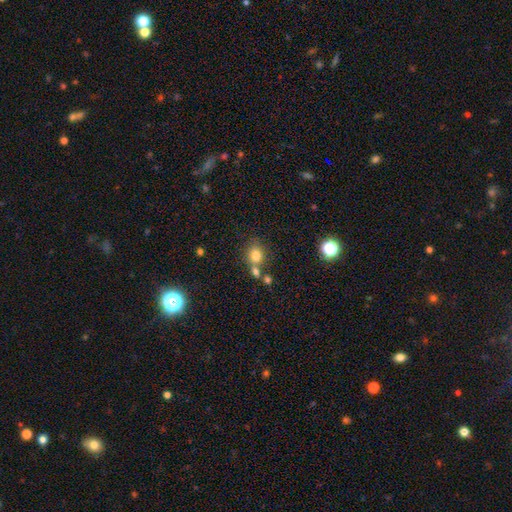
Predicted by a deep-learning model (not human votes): Smooth or featured? Predicted: smooth (p=0.79). How rounded? Predicted: round (p=0.70). Merging? Predicted: none (p=0.57).